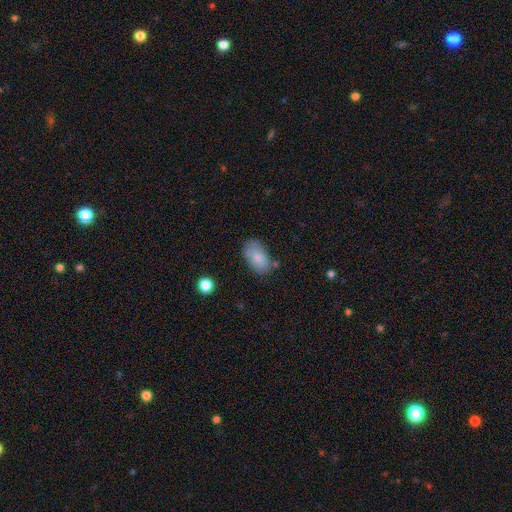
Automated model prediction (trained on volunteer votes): This is clearly a smooth galaxy (81%). How rounded: clearly in between (93%). Merging: likely none (66%).